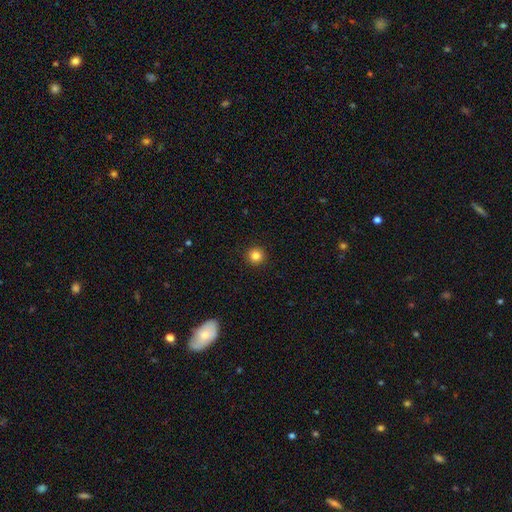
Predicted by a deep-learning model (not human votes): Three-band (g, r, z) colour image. It shows a smooth galaxy with no disk features (84%) that is round (96%). Merging: none (94%).